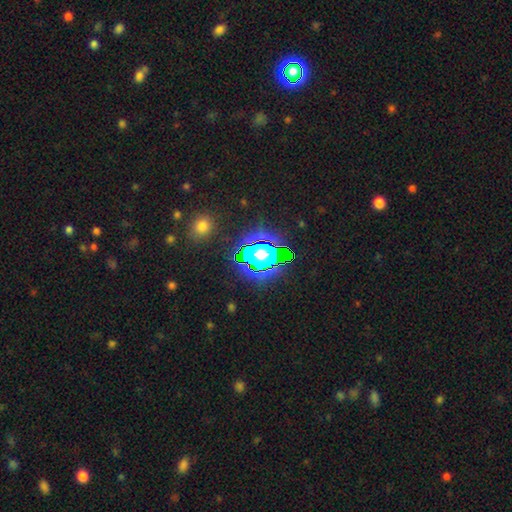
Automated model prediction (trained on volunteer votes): Smooth or featured? star or artifact (83%)